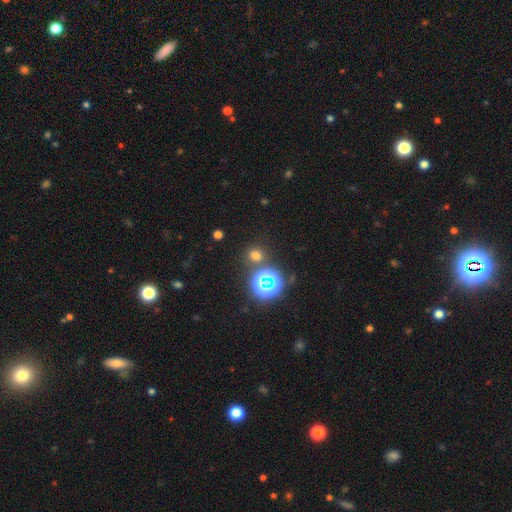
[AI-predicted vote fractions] Smooth or featured: smooth — 62% (star or artifact — 32%)
How rounded: round — 80% (in between — 19%)
Merging: none — 81% (minor disturbance — 8%)